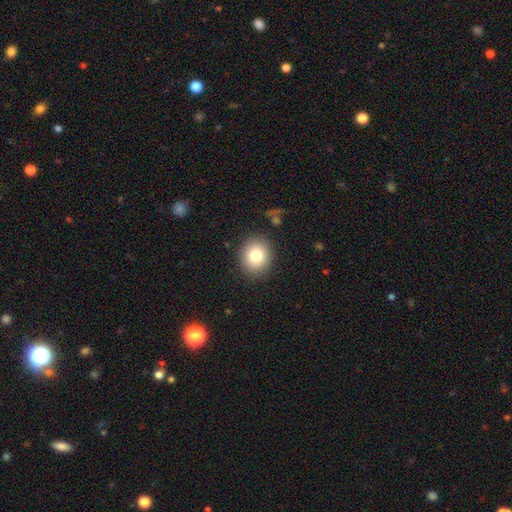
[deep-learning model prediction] Smooth or featured? Predicted: smooth (p=0.80). How rounded? Predicted: round (p=0.75). Merging? Predicted: none (p=0.89).